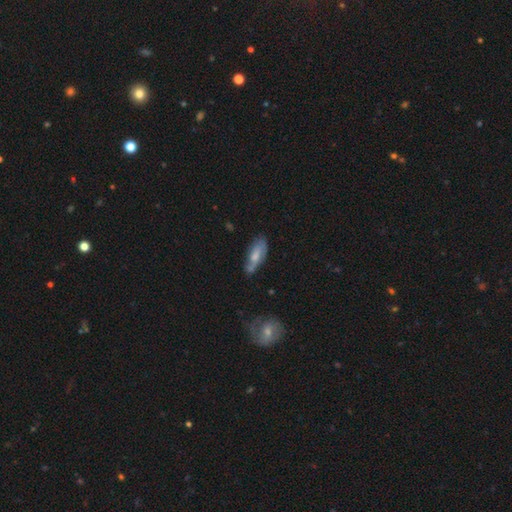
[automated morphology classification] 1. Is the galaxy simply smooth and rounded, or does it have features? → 56% smooth, 37% featured or disk, 7% star or artifact.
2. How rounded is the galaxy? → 69% in between, 29% cigar-shaped, 2% round.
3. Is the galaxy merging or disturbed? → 55% none, 30% minor disturbance, 9% major disturbance, 6% merger.